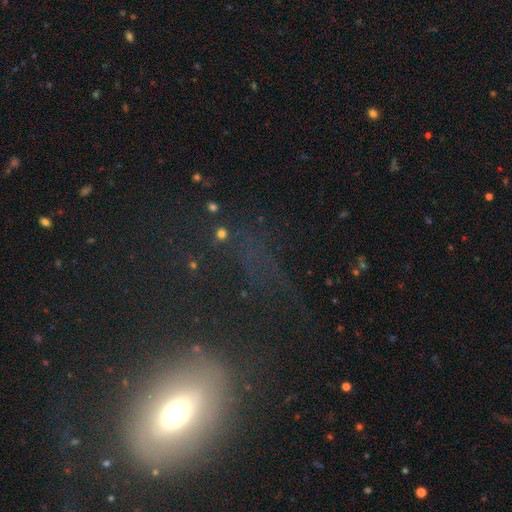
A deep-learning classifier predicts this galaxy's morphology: smooth 40%, star or artifact 33%, featured or disk 27%. Down the decision tree: merging — none (61%).